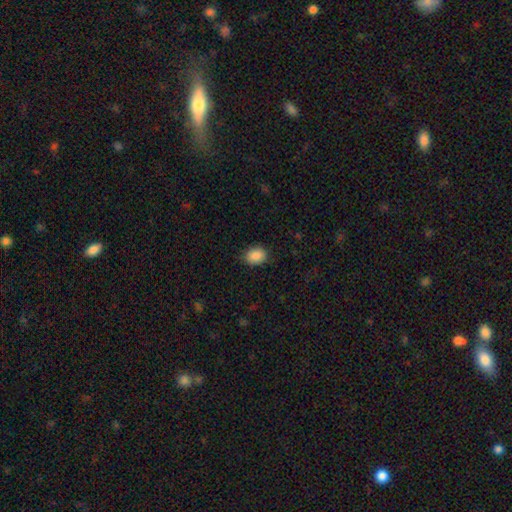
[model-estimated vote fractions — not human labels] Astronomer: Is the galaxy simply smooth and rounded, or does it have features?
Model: smooth — 89%.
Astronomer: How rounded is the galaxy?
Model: in between — 62% (runner-up: round, 38%).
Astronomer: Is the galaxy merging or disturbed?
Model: none — 83%.